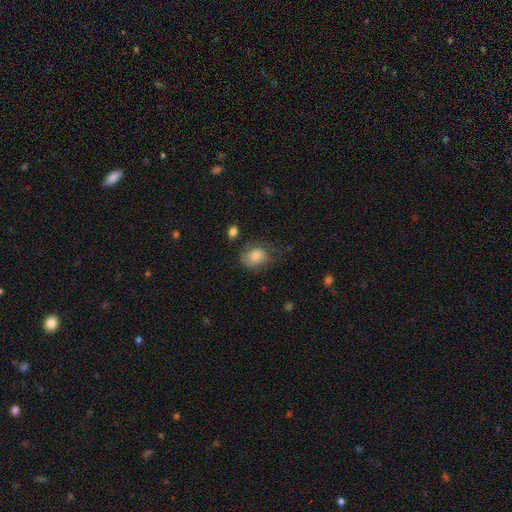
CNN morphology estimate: smooth-or-featured: smooth: 76% | featured or disk: 15% | star or artifact: 9%
  how-rounded: in between: 53% | round: 46% | cigar-shaped: 1%
  merging: none: 54% | minor disturbance: 29% | major disturbance: 14% | merger: 2%